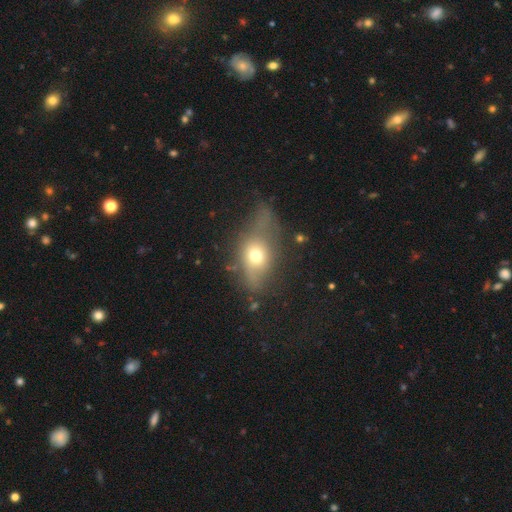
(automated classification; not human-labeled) Smooth or featured: smooth — 62% (featured or disk — 25%)
How rounded: in between — 66% (round — 28%)
Merging: major disturbance — 36% (none — 32%)